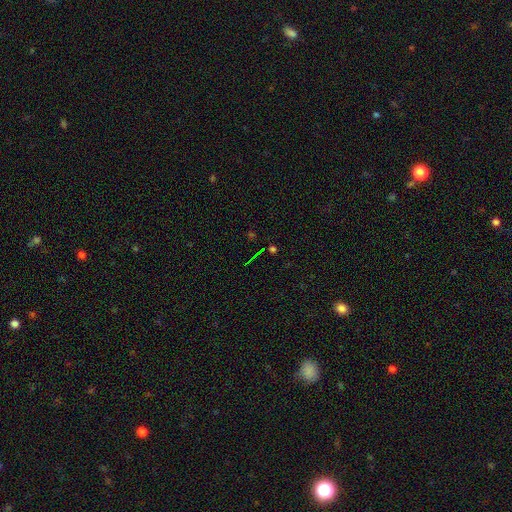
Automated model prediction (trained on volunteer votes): Smooth or featured?
  - star or artifact: 66% *
  - smooth: 18%
  - featured or disk: 16%